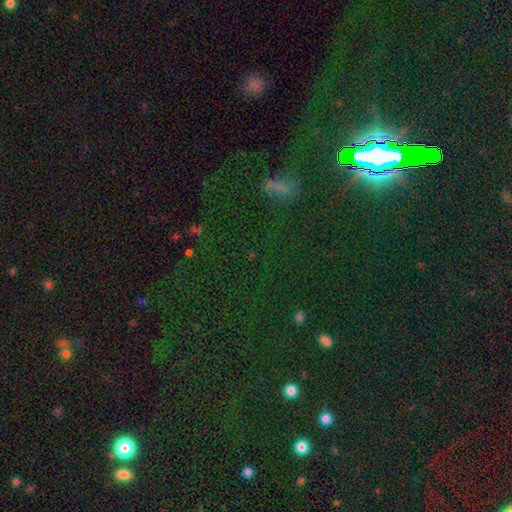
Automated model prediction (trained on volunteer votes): Smooth or featured? Predicted: star or artifact (p=0.77).